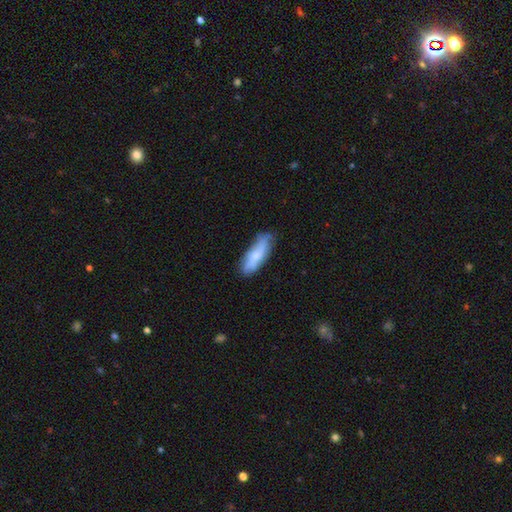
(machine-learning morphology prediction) Smooth or featured? smooth (66%)
How rounded? in between (52%)
Merging? none (69%)